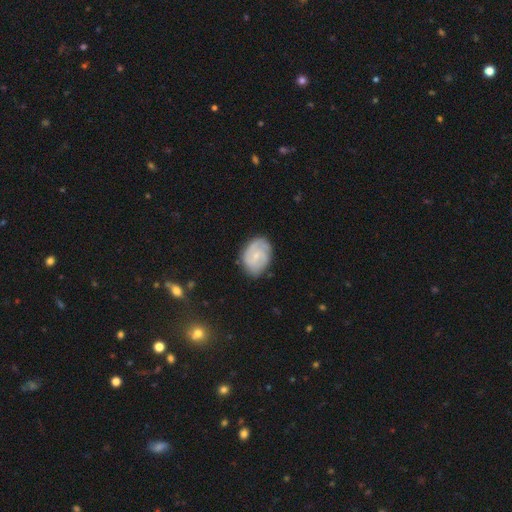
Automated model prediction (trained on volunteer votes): Smooth or featured? featured or disk (68%)
Edge-on disk? no (98%)
Bar? no (54%)
Spiral arms? yes (91%)
Spiral winding? tight (49%)
Spiral arm count? 2 (51%)
Bulge size? small (73%)
Merging? none (76%)